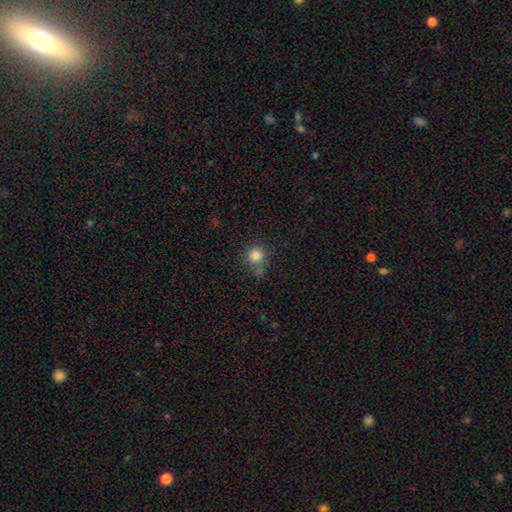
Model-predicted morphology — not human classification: Overall: smooth (83%). How rounded: round (86%). Merging: none (61%; minor disturbance 22%).